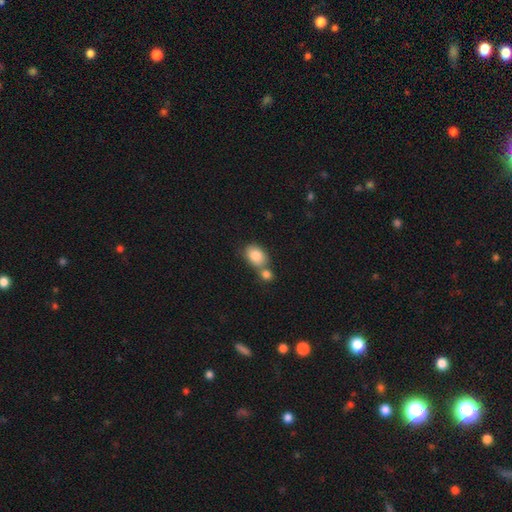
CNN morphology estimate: Smooth or featured? Predicted: smooth (p=0.85). How rounded? Predicted: in between (p=0.76). Merging? Predicted: merger (p=0.45).